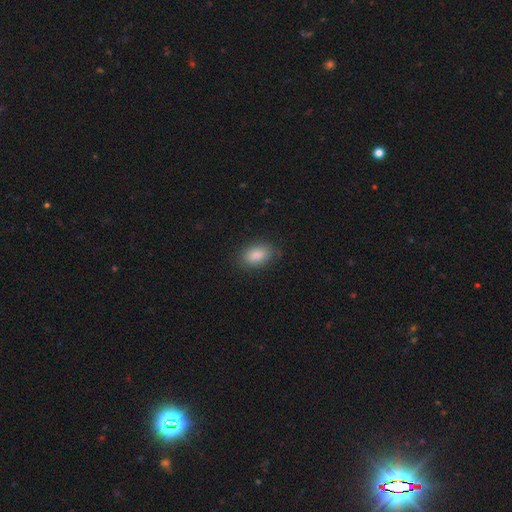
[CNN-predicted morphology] Smooth or featured?
  - smooth: 87% *
  - star or artifact: 8%
  - featured or disk: 5%
How rounded?
  - in between: 89% *
  - round: 9%
  - cigar-shaped: 2%
Merging?
  - none: 87% *
  - minor disturbance: 10%
  - major disturbance: 3%
  - merger: 1%